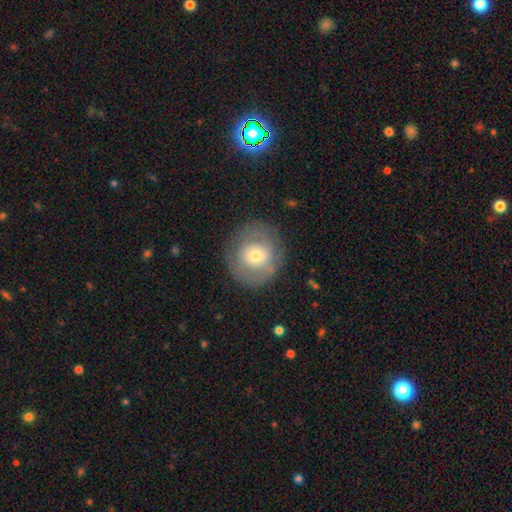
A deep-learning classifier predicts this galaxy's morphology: Smooth or featured? smooth (55%)
How rounded? round (87%)
Merging? none (80%)